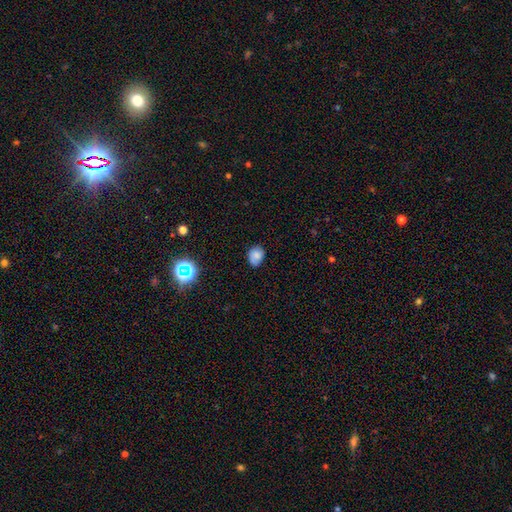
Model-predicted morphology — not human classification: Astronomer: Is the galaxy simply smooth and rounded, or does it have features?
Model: smooth — 74%.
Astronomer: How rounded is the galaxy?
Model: in between — 55% (runner-up: round, 44%).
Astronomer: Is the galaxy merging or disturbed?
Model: none — 67%.